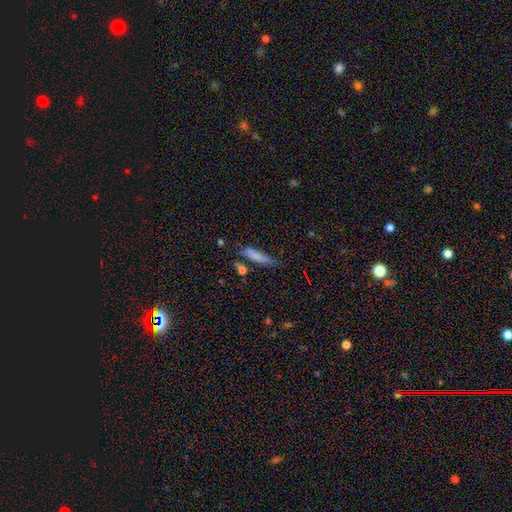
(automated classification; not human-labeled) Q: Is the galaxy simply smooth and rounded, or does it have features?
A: smooth — 77%.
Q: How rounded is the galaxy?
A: cigar-shaped — 76%.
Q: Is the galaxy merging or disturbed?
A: none — 62%.